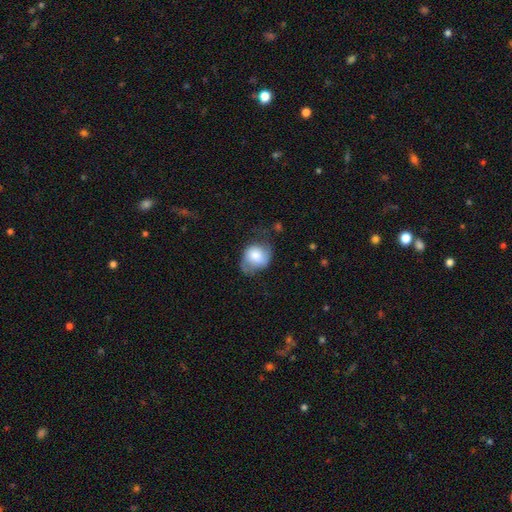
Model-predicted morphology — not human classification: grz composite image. It shows a smooth galaxy with no disk features (60%) that is round (54%). Merging: none (45%).